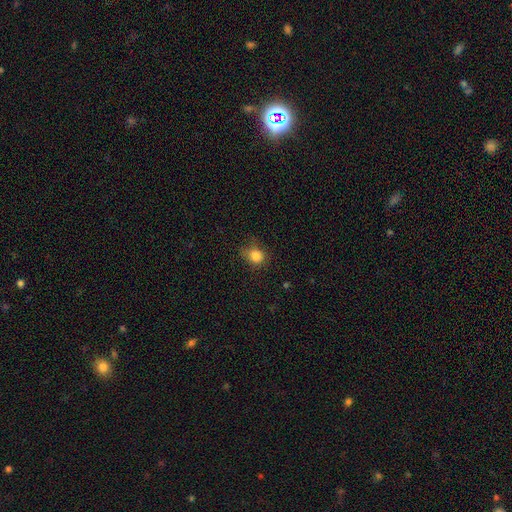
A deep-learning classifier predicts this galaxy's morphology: Overall: smooth (84%). How rounded: round (70%). Merging: none (70%).